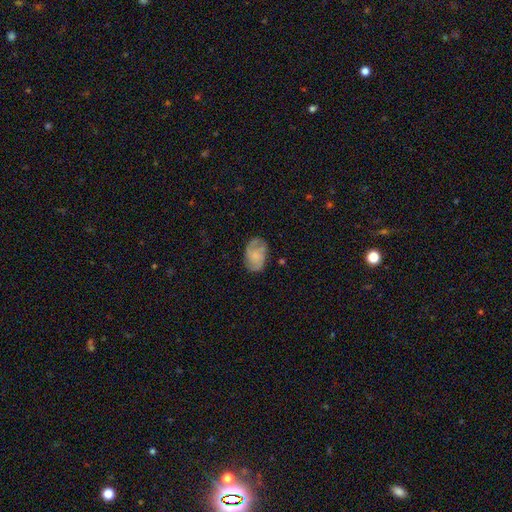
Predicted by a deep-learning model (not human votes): Smooth or featured?
  - smooth: 49% *
  - featured or disk: 43%
  - star or artifact: 8%
Merging?
  - none: 70% *
  - minor disturbance: 21%
  - major disturbance: 7%
  - merger: 1%